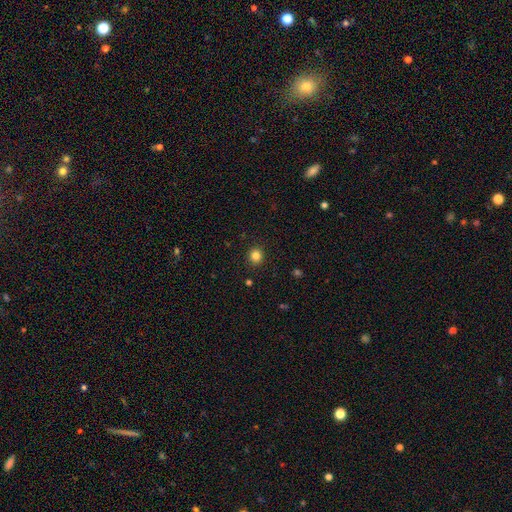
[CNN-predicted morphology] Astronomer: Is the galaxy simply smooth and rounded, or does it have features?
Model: smooth — 83%.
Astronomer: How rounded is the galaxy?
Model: round — 90%.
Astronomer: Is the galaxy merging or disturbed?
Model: none — 91%.